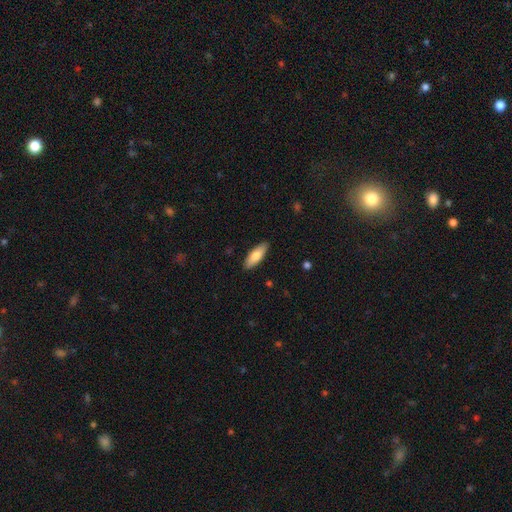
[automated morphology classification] smooth-or-featured: smooth: 79% | featured or disk: 15% | star or artifact: 5%
  how-rounded: in between: 66% | cigar-shaped: 33% | round: 2%
  merging: none: 89% | minor disturbance: 8% | major disturbance: 2% | merger: 1%